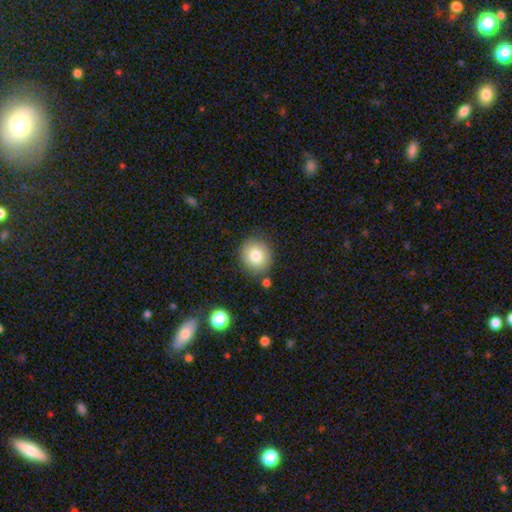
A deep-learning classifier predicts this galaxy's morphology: This appears to be a smooth galaxy with no disk features (81%) that is round (83%). Merging: none (83%).